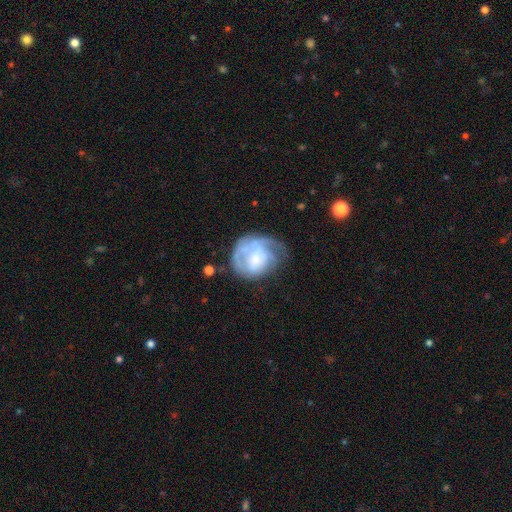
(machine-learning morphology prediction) Smooth or featured?
  - featured or disk: 62% *
  - smooth: 30%
  - star or artifact: 7%
Edge-on disk?
  - no: 98% *
  - yes: 2%
Bar?
  - no: 70% *
  - weak: 25%
  - strong: 5%
Spiral arms?
  - yes: 73% *
  - no: 27%
Bulge size?
  - small: 29% *
  - moderate: 28%
  - none: 23%
  - large: 17%
  - dominant: 3%
Merging?
  - none: 43% *
  - major disturbance: 28%
  - minor disturbance: 26%
  - merger: 3%